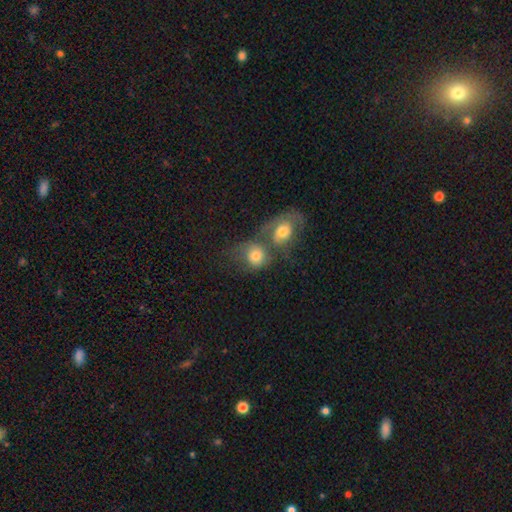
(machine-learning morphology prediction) The model was most divided on "how rounded": round: 63%, in between: 36%, cigar-shaped: 1%. More confident: smooth or featured — smooth (66%); merging — merger (65%).